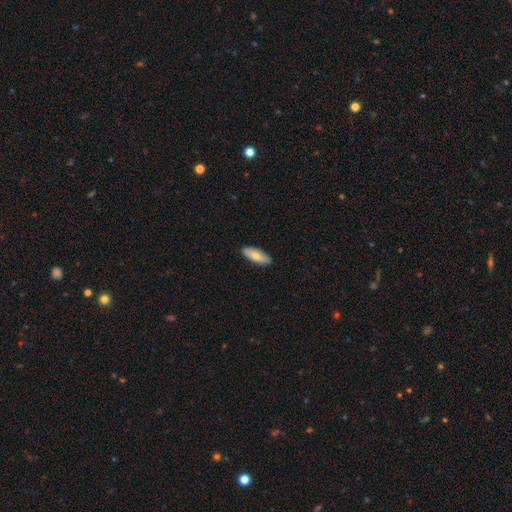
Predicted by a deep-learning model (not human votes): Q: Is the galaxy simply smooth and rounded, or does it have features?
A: smooth — 72%.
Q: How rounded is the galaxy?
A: in between — 62%.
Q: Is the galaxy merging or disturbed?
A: none — 89%.